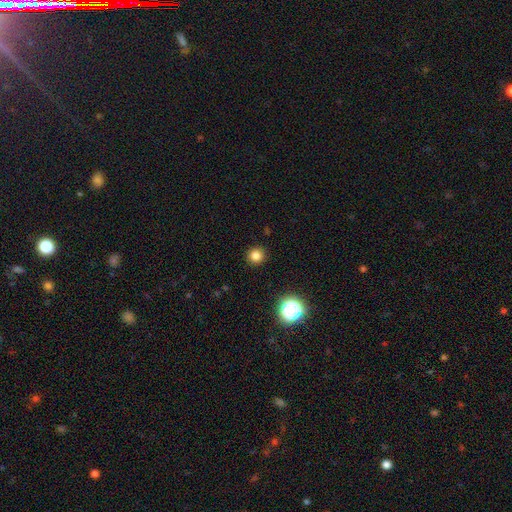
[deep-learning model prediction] smooth 81%, star or artifact 14%, featured or disk 4%. Down the decision tree: how rounded — round (93%); merging — none (92%).